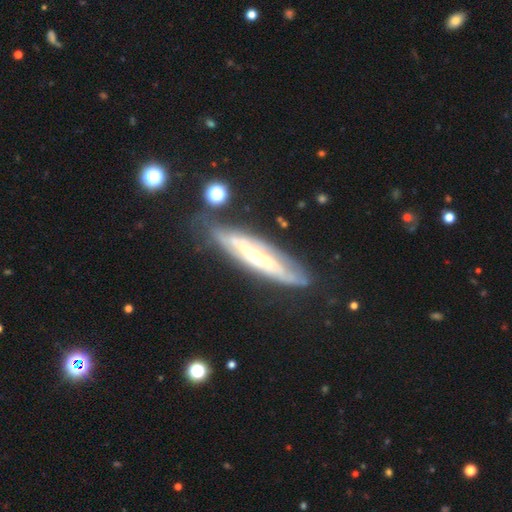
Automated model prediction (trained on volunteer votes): Morphology: type=featured or disk (77%); edge-on=no (53%); merging=none (67%).